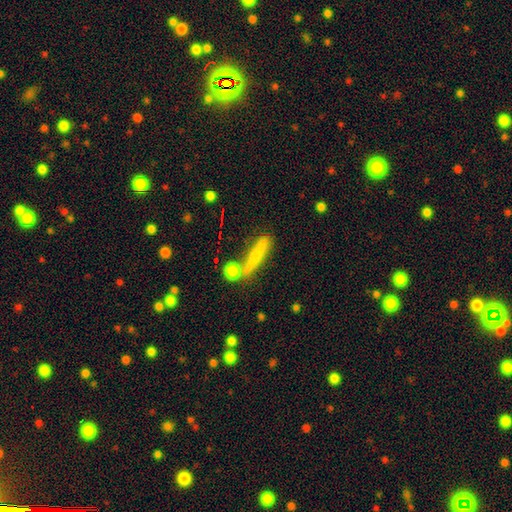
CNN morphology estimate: smooth 63%, featured or disk 27%, star or artifact 9%. Down the decision tree: how rounded — cigar-shaped (85%); merging — none (67%).